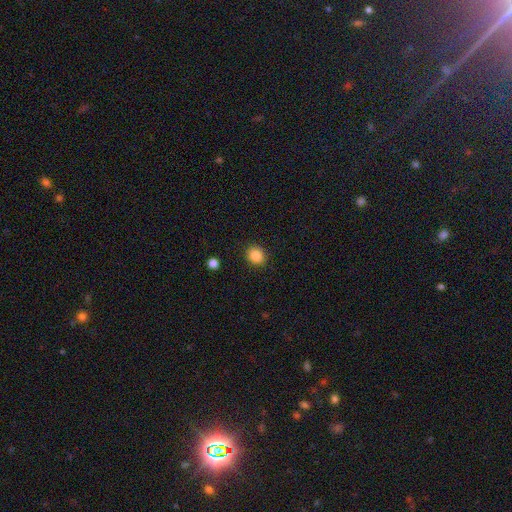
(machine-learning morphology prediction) The model was most divided on "how rounded": round: 79%, in between: 20%, cigar-shaped: 1%. More confident: merging — none (90%); smooth or featured — smooth (87%).